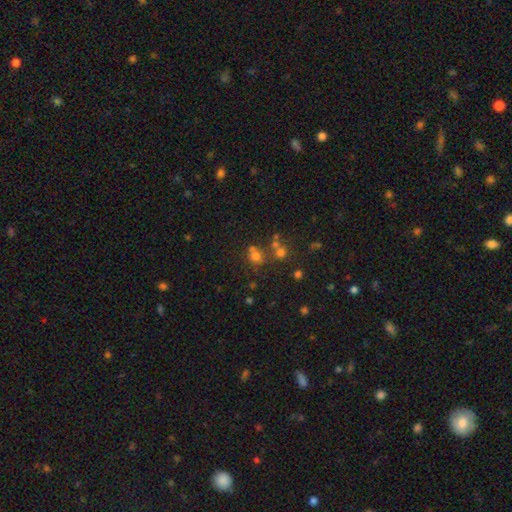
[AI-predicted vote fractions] A smooth galaxy with no disk features (64%) that is round (80%). Merging: none (54%).